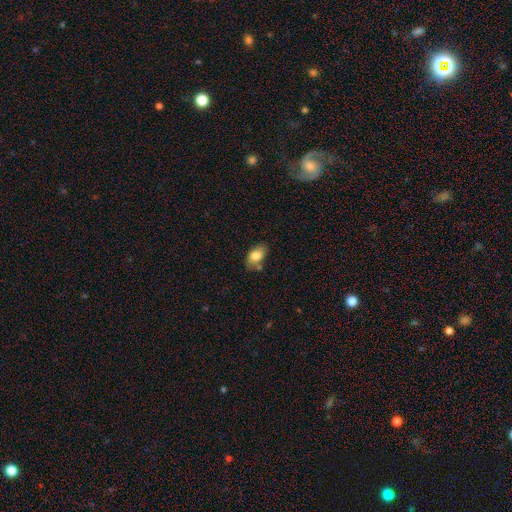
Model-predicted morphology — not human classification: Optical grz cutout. It shows a smooth galaxy with no disk features (79%) that is in between round and cigar-shaped (90%). Merging: none (65%).